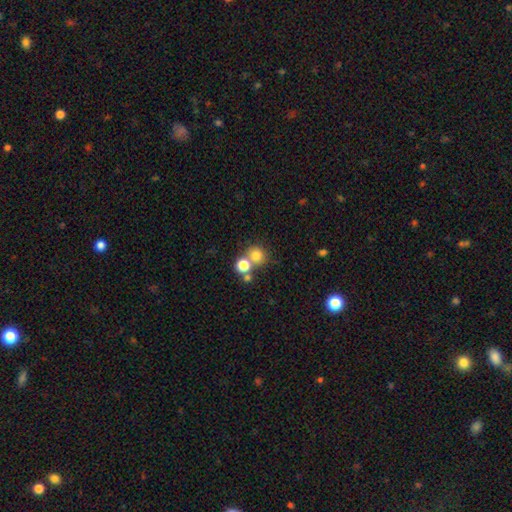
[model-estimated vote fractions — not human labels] This appears to be a smooth galaxy with no disk features (76%) that is round (89%). Merging: none (59%).